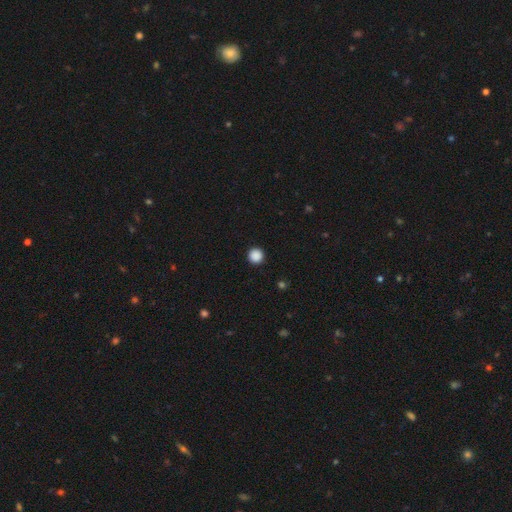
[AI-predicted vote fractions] Q: Smooth or featured?
A: smooth (88%); runner-up: star or artifact (10%)
Q: How rounded?
A: round (96%); runner-up: in between (3%)
Q: Merging?
A: none (93%); runner-up: minor disturbance (4%)